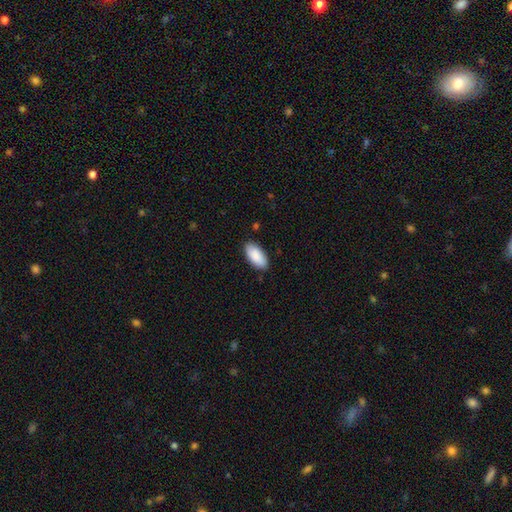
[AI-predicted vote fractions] Overall: smooth (89%). How rounded: in between (93%). Merging: none (85%).